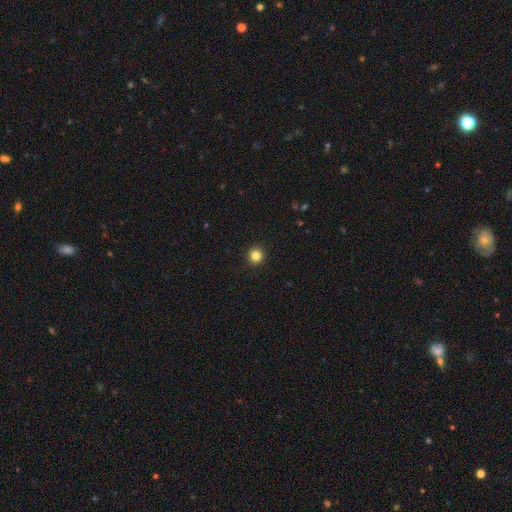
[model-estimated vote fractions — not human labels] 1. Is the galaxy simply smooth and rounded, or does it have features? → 83% smooth, 12% star or artifact, 5% featured or disk.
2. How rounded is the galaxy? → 94% round, 5% in between, 1% cigar-shaped.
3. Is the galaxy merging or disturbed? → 93% none, 4% minor disturbance, 1% major disturbance, 1% merger.